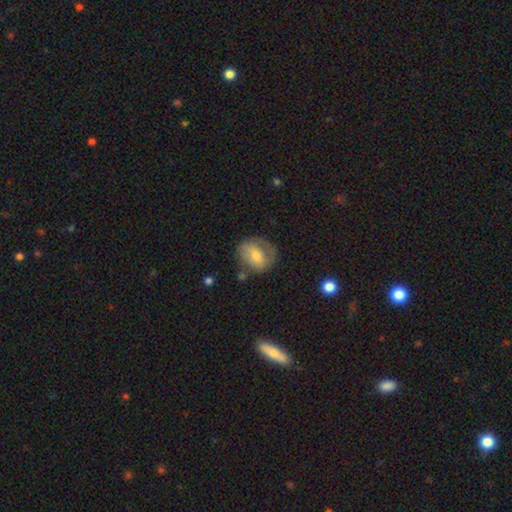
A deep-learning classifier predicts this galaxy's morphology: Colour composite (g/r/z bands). It shows a smooth galaxy with no disk features (56%) that is round (58%). Merging: none (59%).